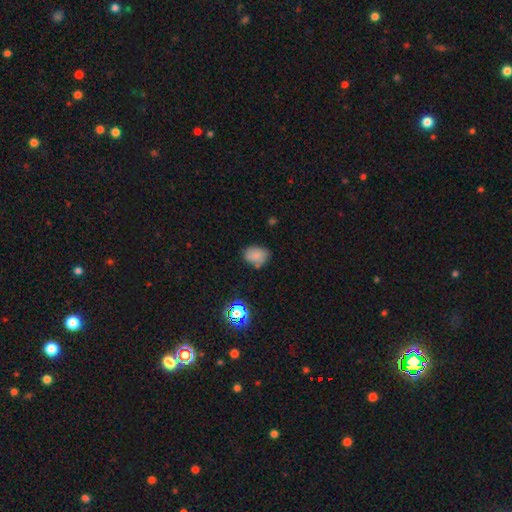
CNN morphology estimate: Smooth or featured: smooth — 73% (star or artifact — 14%)
How rounded: in between — 70% (round — 29%)
Merging: none — 62% (minor disturbance — 25%)